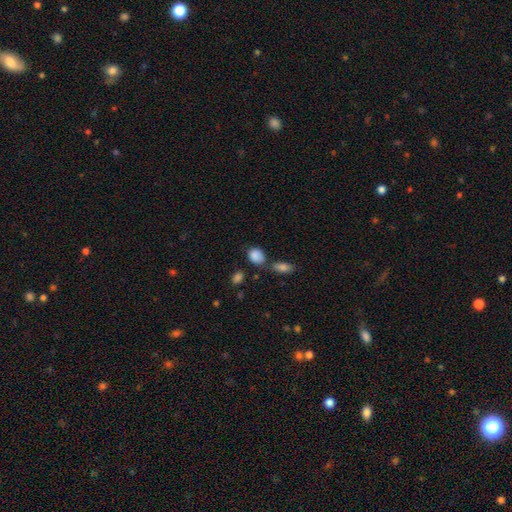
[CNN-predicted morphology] A smooth galaxy with no disk features (86%) that is in between round and cigar-shaped (59%).

Vote fractions:
- Smooth or featured? smooth: 86% / star or artifact: 9% / featured or disk: 5%
- How rounded? in between: 59% / round: 39% / cigar-shaped: 2%
- Merging? none: 59% / minor disturbance: 20% / merger: 15% / major disturbance: 6%